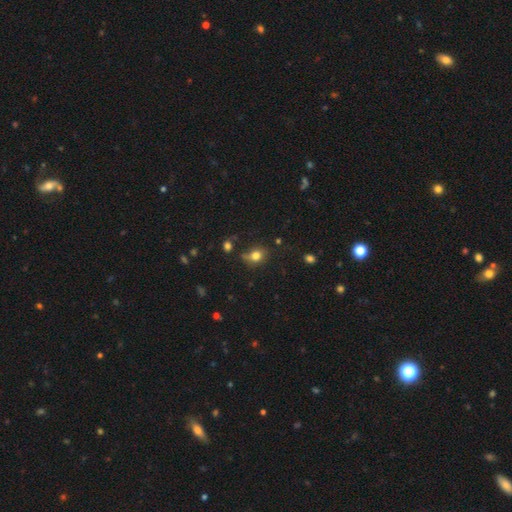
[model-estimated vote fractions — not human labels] Smooth or featured: smooth — 79% (star or artifact — 13%)
How rounded: round — 58% (in between — 41%)
Merging: none — 61% (minor disturbance — 24%)